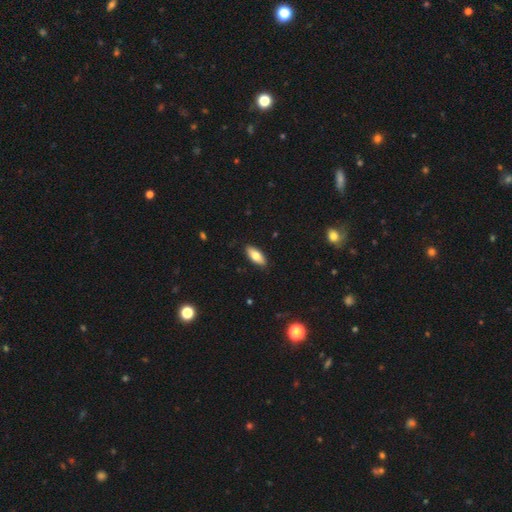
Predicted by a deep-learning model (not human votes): Smooth or featured?
  - smooth: 75% *
  - featured or disk: 18%
  - star or artifact: 6%
How rounded?
  - in between: 81% *
  - cigar-shaped: 16%
  - round: 2%
Merging?
  - none: 88% *
  - minor disturbance: 9%
  - major disturbance: 2%
  - merger: 1%